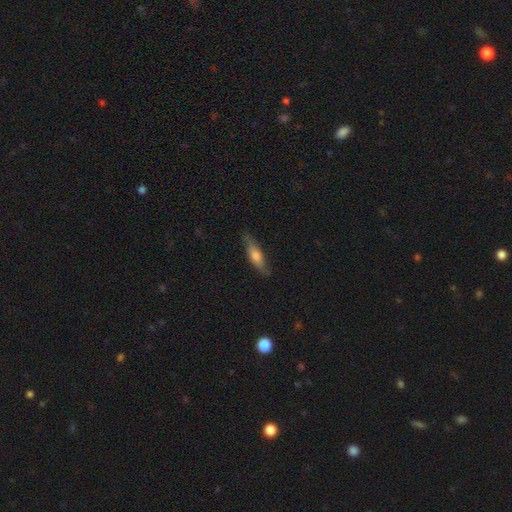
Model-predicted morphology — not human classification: smooth 57%, featured or disk 37%, star or artifact 6%. Down the decision tree: how rounded — cigar-shaped (60%); merging — none (75%).